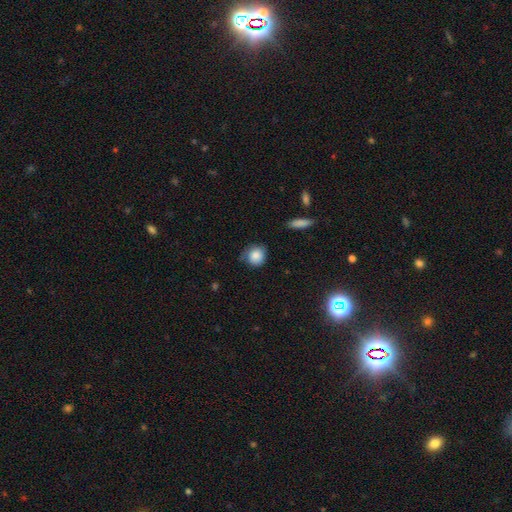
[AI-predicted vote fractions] Smooth or featured?
  - smooth: 83% *
  - featured or disk: 10%
  - star or artifact: 8%
How rounded?
  - round: 82% *
  - in between: 17%
  - cigar-shaped: 1%
Merging?
  - none: 56% *
  - minor disturbance: 33%
  - major disturbance: 9%
  - merger: 2%